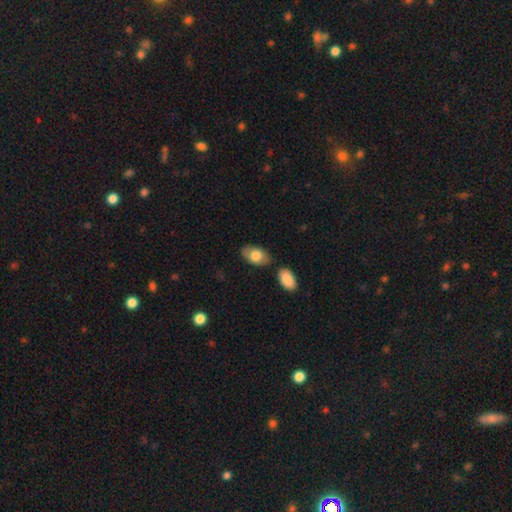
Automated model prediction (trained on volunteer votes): Smooth or featured? smooth (75%)
How rounded? in between (93%)
Merging? none (75%)